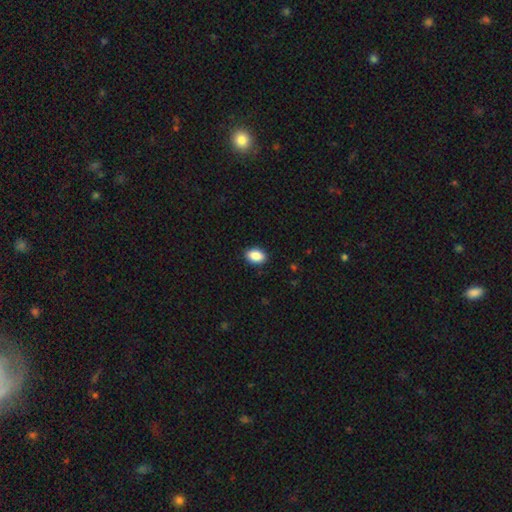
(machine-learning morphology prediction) Q: Smooth or featured?
A: smooth (90%); runner-up: star or artifact (7%)
Q: How rounded?
A: in between (87%); runner-up: round (12%)
Q: Merging?
A: none (90%); runner-up: minor disturbance (7%)